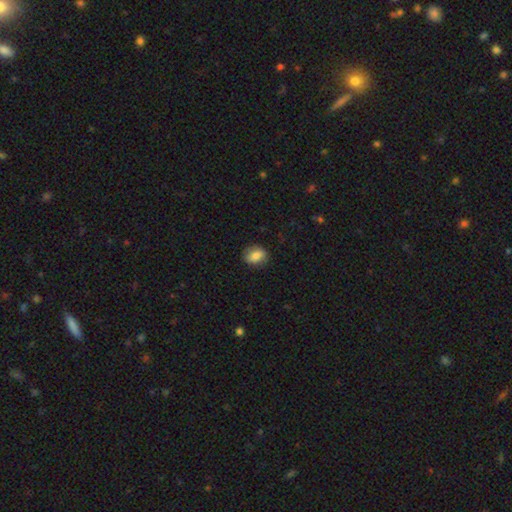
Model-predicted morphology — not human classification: Smooth or featured?
  - smooth: 82% *
  - featured or disk: 10%
  - star or artifact: 8%
How rounded?
  - in between: 60% *
  - round: 38%
  - cigar-shaped: 2%
Merging?
  - none: 83% *
  - minor disturbance: 13%
  - major disturbance: 3%
  - merger: 1%